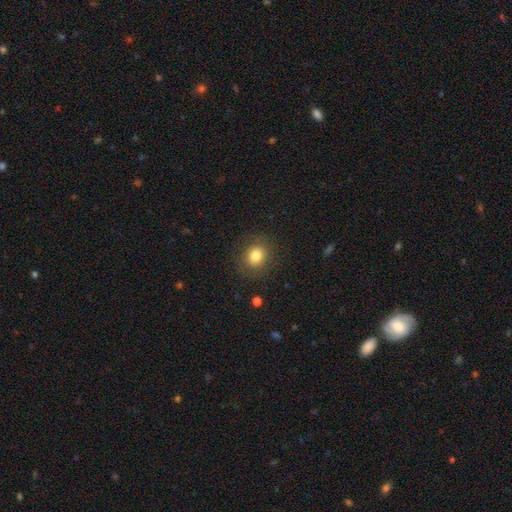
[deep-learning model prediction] Q: Smooth or featured?
A: smooth (81%); runner-up: star or artifact (12%)
Q: How rounded?
A: round (76%); runner-up: in between (23%)
Q: Merging?
A: none (87%); runner-up: minor disturbance (9%)